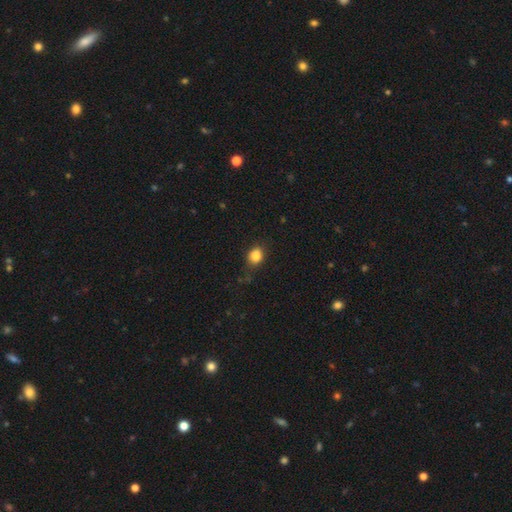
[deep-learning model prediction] Smooth or featured?
  - smooth: 85% *
  - star or artifact: 10%
  - featured or disk: 5%
How rounded?
  - round: 50% *
  - in between: 49%
  - cigar-shaped: 1%
Merging?
  - none: 74% *
  - minor disturbance: 19%
  - major disturbance: 5%
  - merger: 2%